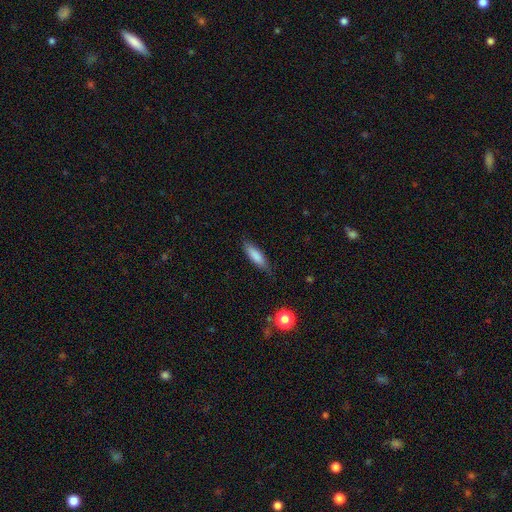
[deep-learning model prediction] smooth-or-featured: smooth: 81% | featured or disk: 12% | star or artifact: 7%
  how-rounded: cigar-shaped: 58% | in between: 40% | round: 2%
  merging: none: 75% | minor disturbance: 19% | major disturbance: 4% | merger: 1%